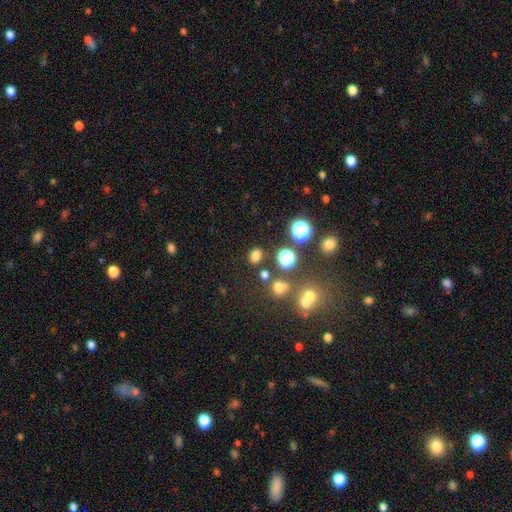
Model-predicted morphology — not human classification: This is likely a smooth galaxy (73%). How rounded: possibly round (51%). Merging: likely none (80%).